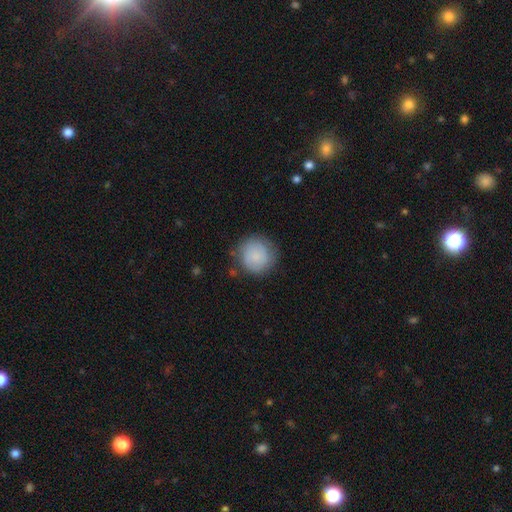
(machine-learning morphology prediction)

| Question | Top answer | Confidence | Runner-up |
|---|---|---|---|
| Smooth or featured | smooth | 77% | featured or disk (16%) |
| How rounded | round | 92% | in between (7%) |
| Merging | none | 74% | minor disturbance (18%) |